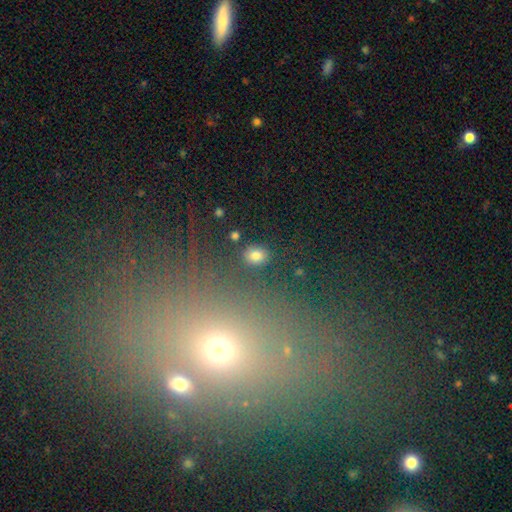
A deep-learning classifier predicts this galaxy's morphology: The model was most divided on "how rounded": in between: 62%, round: 37%, cigar-shaped: 2%. More confident: merging — none (86%); smooth or featured — smooth (80%).